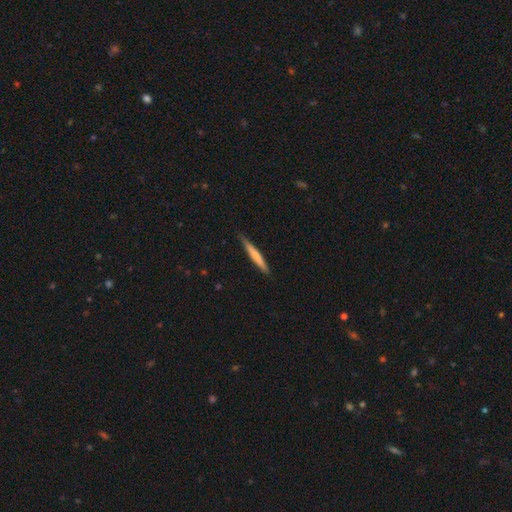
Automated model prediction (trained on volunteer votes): This is likely a smooth galaxy (65%). How rounded: clearly cigar-shaped (96%). Merging: clearly none (86%).